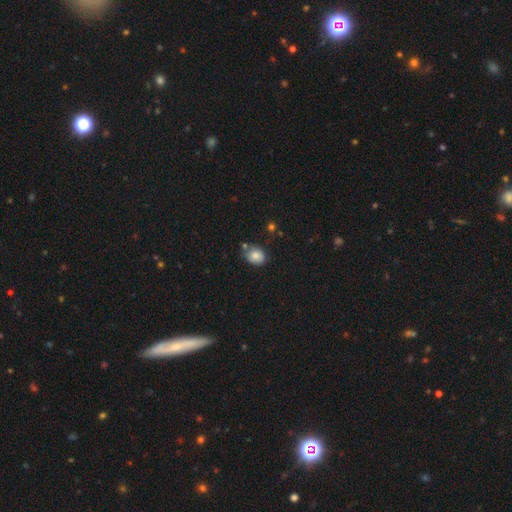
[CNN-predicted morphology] The model was most divided on "how rounded": round: 54%, in between: 45%, cigar-shaped: 1%. More confident: smooth or featured — smooth (83%); merging — none (66%).